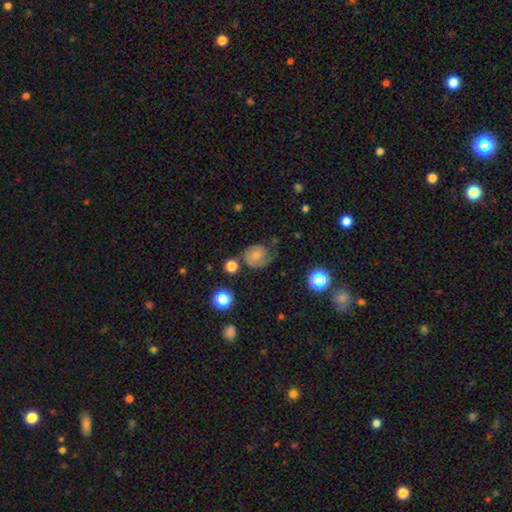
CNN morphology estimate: smooth-or-featured: smooth: 54% | featured or disk: 35% | star or artifact: 12%
  how-rounded: round: 67% | in between: 32% | cigar-shaped: 1%
  merging: none: 50% | minor disturbance: 29% | major disturbance: 15% | merger: 6%